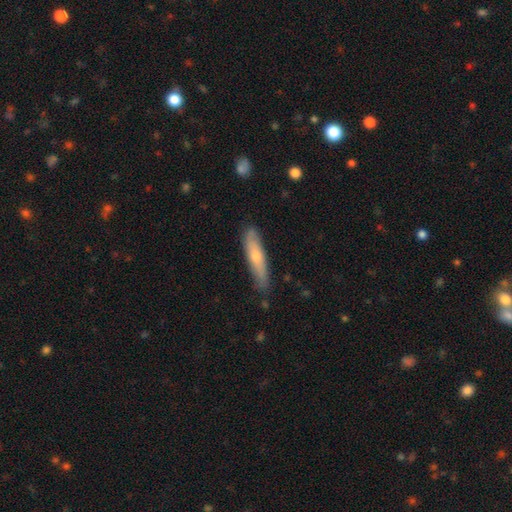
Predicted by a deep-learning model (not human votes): This is possibly a smooth galaxy (58%). How rounded: clearly cigar-shaped (84%). Merging: likely none (79%).